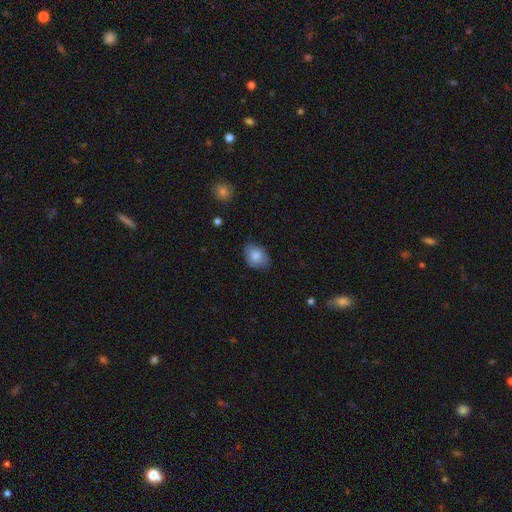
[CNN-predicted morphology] Q: Smooth or featured?
A: smooth (82%); runner-up: featured or disk (11%)
Q: How rounded?
A: in between (72%); runner-up: round (26%)
Q: Merging?
A: none (75%); runner-up: minor disturbance (21%)